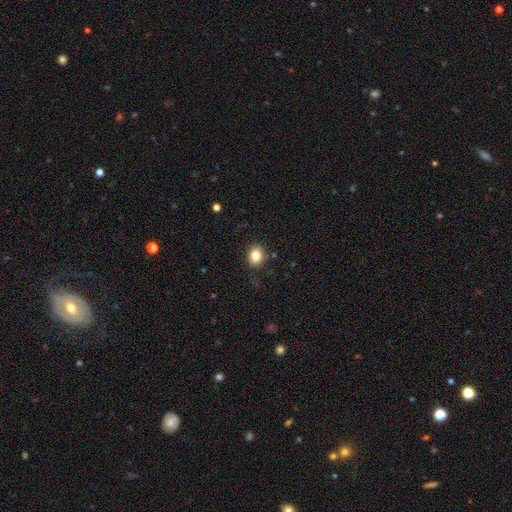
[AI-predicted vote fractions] Q: Smooth or featured?
A: smooth (83%); runner-up: star or artifact (10%)
Q: How rounded?
A: round (56%); runner-up: in between (43%)
Q: Merging?
A: none (84%); runner-up: minor disturbance (11%)